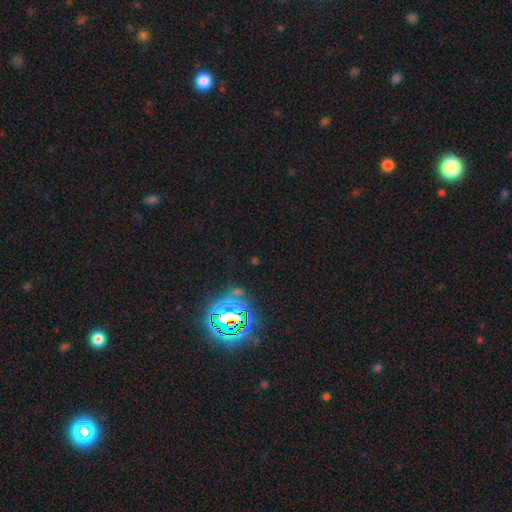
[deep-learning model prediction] Smooth or featured?
  - star or artifact: 80% *
  - smooth: 12%
  - featured or disk: 8%